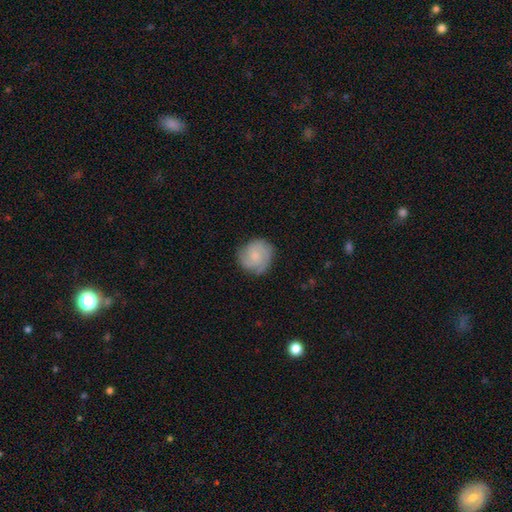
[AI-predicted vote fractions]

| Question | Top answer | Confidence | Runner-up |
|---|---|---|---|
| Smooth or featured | featured or disk | 58% | smooth (35%) |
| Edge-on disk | no | 98% | yes (2%) |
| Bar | no | 72% | weak (25%) |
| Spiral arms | yes | 92% | no (8%) |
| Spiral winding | tight | 55% | medium (35%) |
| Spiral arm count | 3 | 36% | 2 (25%) |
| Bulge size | small | 51% | moderate (28%) |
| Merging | none | 77% | minor disturbance (17%) |